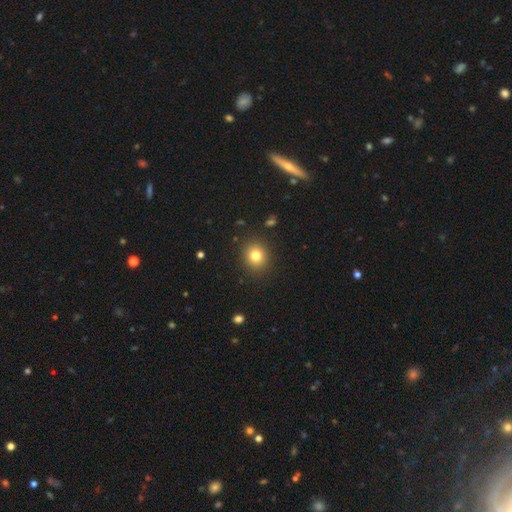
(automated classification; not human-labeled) A smooth galaxy with no disk features (80%) that is round (78%). Merging: none (89%).